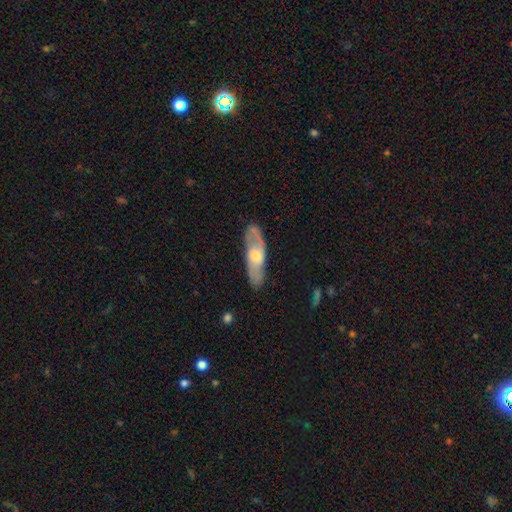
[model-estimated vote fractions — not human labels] featured or disk 62%, smooth 32%, star or artifact 6%. Down the decision tree: edge-on disk — no (68%); merging — none (83%).